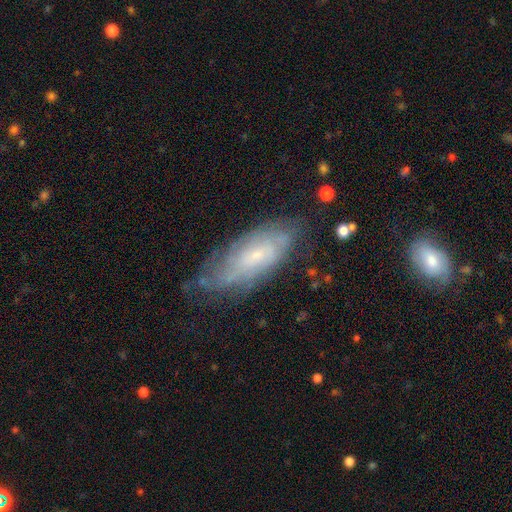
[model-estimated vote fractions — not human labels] The model was most divided on "smooth or featured": featured or disk: 63%, smooth: 30%, star or artifact: 8%. More confident: edge-on disk — no (85%); spiral arms — yes (79%); bulge size — small (66%); bar — no (65%); merging — none (63%).